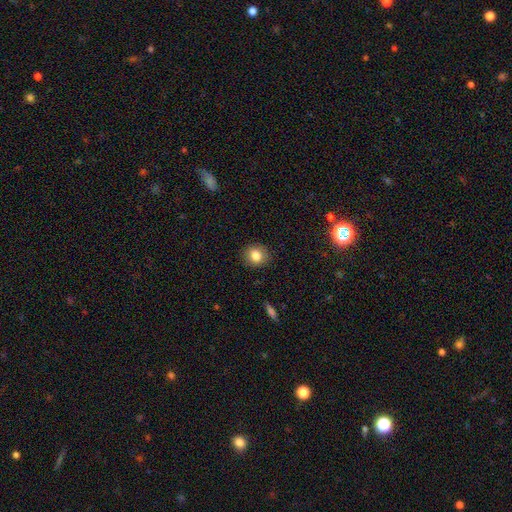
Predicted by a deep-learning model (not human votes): A smooth galaxy with no disk features (83%) that is round (75%).

Vote fractions:
- Smooth or featured? smooth: 83% / star or artifact: 10% / featured or disk: 7%
- How rounded? round: 75% / in between: 24% / cigar-shaped: 1%
- Merging? none: 89% / minor disturbance: 8% / major disturbance: 2% / merger: 1%